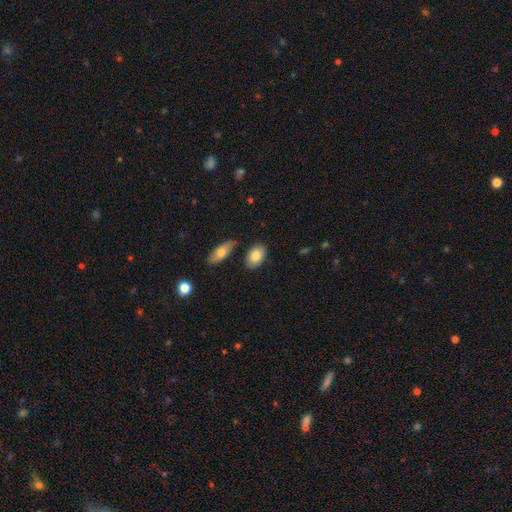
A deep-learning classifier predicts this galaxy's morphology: Smooth or featured?
  - smooth: 83% *
  - featured or disk: 10%
  - star or artifact: 6%
How rounded?
  - in between: 90% *
  - round: 8%
  - cigar-shaped: 2%
Merging?
  - none: 79% *
  - minor disturbance: 13%
  - merger: 6%
  - major disturbance: 3%